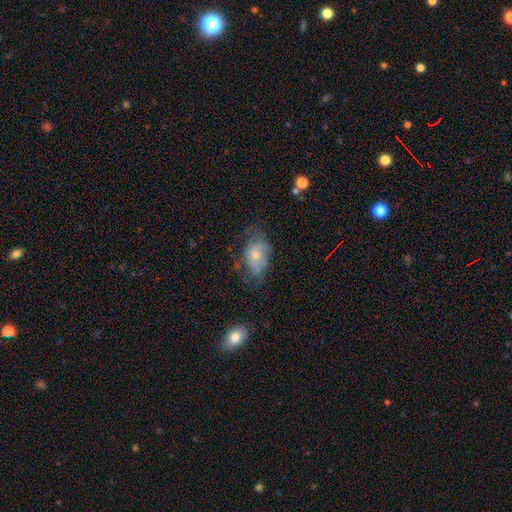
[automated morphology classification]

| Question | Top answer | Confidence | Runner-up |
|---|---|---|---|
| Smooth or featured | smooth | 62% | featured or disk (30%) |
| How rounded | in between | 85% | round (14%) |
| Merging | none | 46% | minor disturbance (33%) |